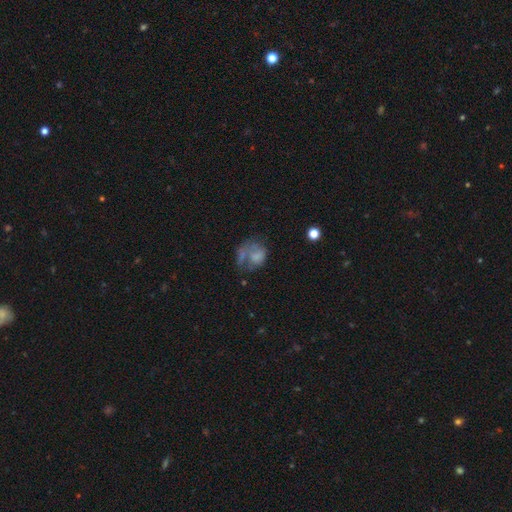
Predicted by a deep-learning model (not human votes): smooth 53%, featured or disk 35%, star or artifact 12%. Down the decision tree: how rounded — round (50%); merging — major disturbance (38%).